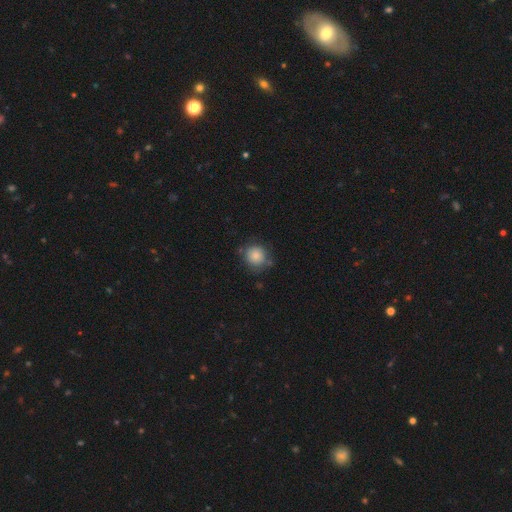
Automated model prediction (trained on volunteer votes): A smooth galaxy with no disk features (84%) that is round (90%). Merging: none (72%).